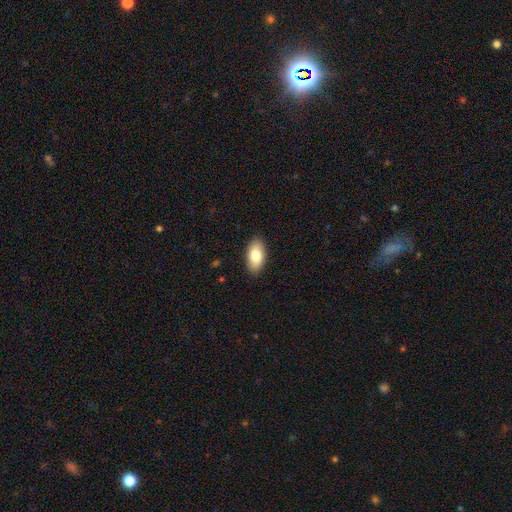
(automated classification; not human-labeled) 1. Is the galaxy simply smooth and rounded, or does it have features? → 81% smooth, 13% featured or disk, 6% star or artifact.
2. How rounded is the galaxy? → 93% in between, 4% cigar-shaped, 3% round.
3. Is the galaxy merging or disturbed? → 89% none, 8% minor disturbance, 2% major disturbance, 1% merger.